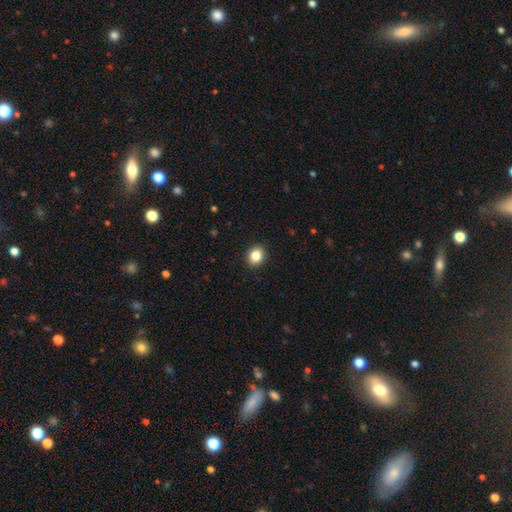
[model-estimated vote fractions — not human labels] A smooth galaxy with no disk features (85%) that is round (70%). Merging: none (92%).